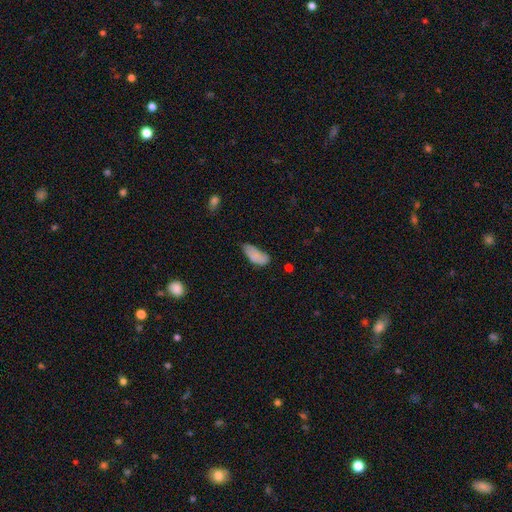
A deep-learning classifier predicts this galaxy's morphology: A smooth galaxy with no disk features (79%) that is in between round and cigar-shaped (86%). Merging: minor disturbance (42%).